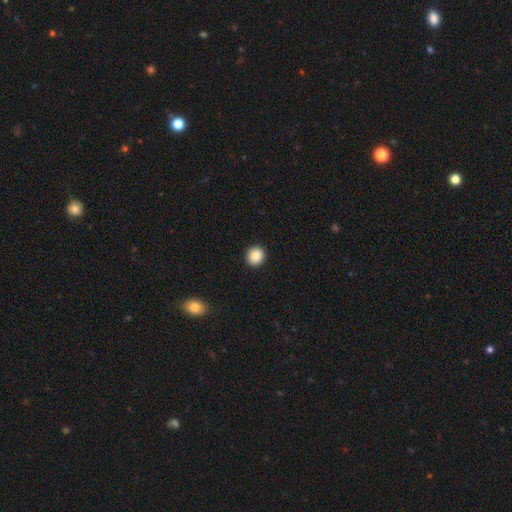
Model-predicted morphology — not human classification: Smooth or featured?
  - smooth: 89% *
  - star or artifact: 9%
  - featured or disk: 3%
How rounded?
  - round: 81% *
  - in between: 18%
  - cigar-shaped: 1%
Merging?
  - none: 92% *
  - minor disturbance: 5%
  - major disturbance: 2%
  - merger: 1%